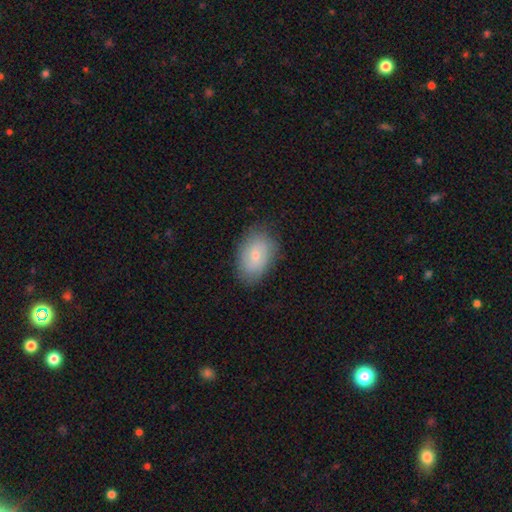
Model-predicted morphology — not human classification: This is likely a smooth galaxy (67%). How rounded: clearly in between (85%). Merging: likely none (79%).